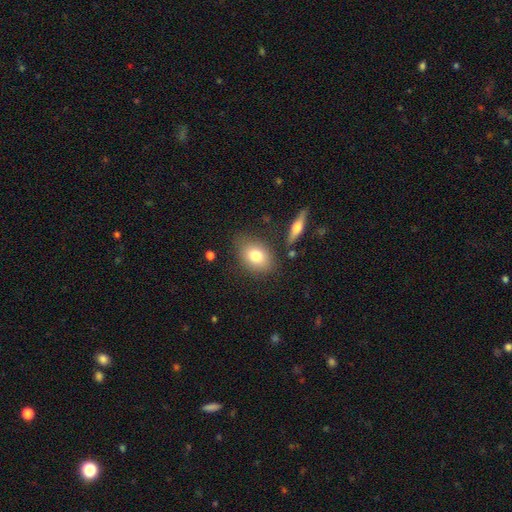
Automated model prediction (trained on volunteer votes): The model was most divided on "how rounded": in between: 69%, round: 29%, cigar-shaped: 2%. More confident: smooth or featured — smooth (77%); merging — none (77%).